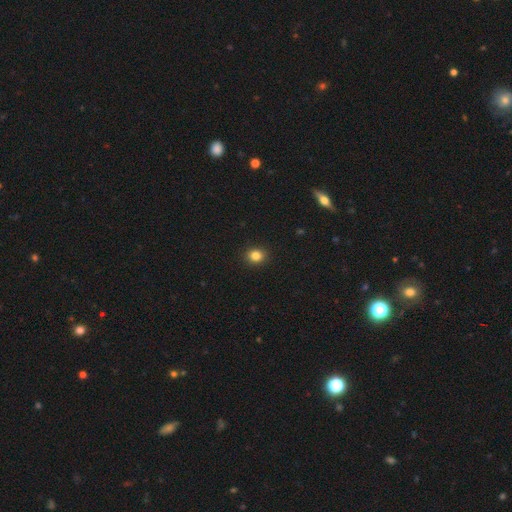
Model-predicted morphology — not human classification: A smooth galaxy with no disk features (83%) that is round (78%).

Vote fractions:
- Smooth or featured? smooth: 83% / star or artifact: 12% / featured or disk: 5%
- How rounded? round: 78% / in between: 21% / cigar-shaped: 1%
- Merging? none: 92% / minor disturbance: 6% / major disturbance: 2% / merger: 1%